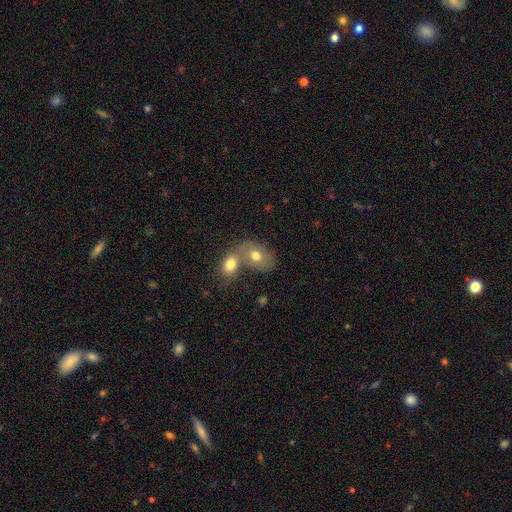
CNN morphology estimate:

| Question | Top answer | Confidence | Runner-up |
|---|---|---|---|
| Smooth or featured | smooth | 71% | featured or disk (21%) |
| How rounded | in between | 75% | round (24%) |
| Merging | merger | 57% | none (31%) |